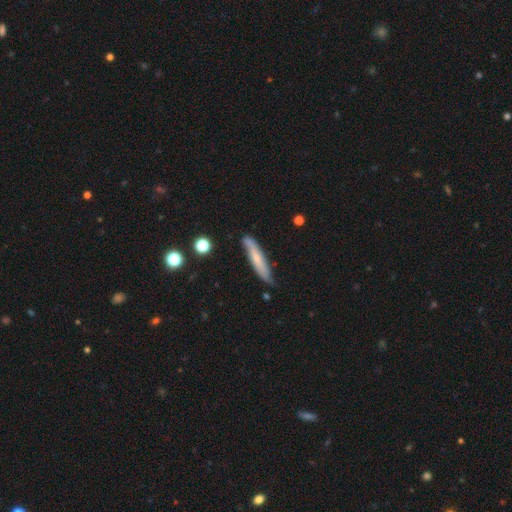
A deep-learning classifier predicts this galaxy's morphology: Smooth or featured?
  - smooth: 53% *
  - featured or disk: 40%
  - star or artifact: 7%
How rounded?
  - cigar-shaped: 90% *
  - in between: 9%
  - round: 2%
Merging?
  - none: 77% *
  - minor disturbance: 18%
  - major disturbance: 3%
  - merger: 2%